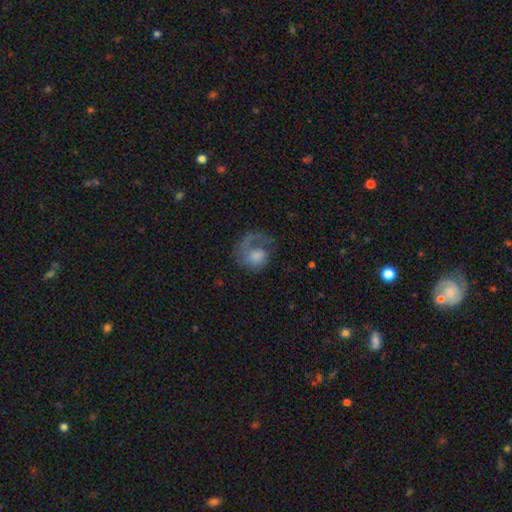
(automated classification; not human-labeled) Smooth or featured? featured or disk (55%)
Edge-on disk? no (98%)
Bar? no (78%)
Spiral arms? yes (79%)
Bulge size? moderate (34%)
Merging? major disturbance (42%)